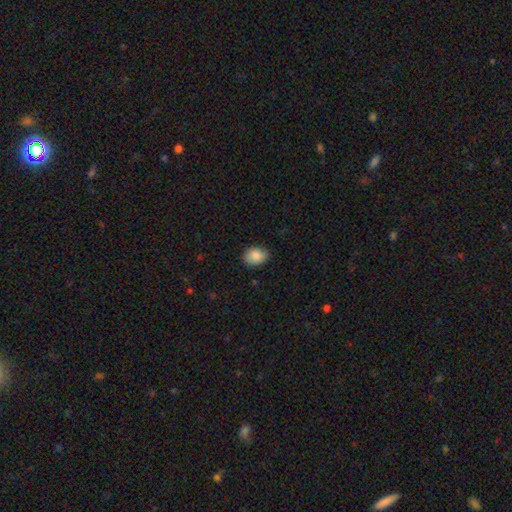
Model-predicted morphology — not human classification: smooth-or-featured: smooth: 88% | star or artifact: 8% | featured or disk: 5%
  how-rounded: in between: 67% | round: 32% | cigar-shaped: 1%
  merging: none: 84% | minor disturbance: 13% | major disturbance: 2% | merger: 1%